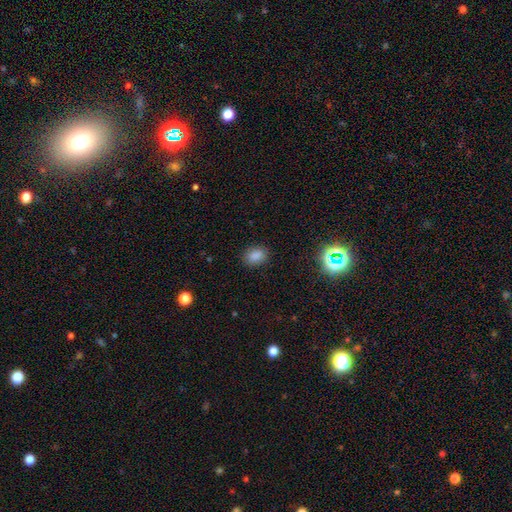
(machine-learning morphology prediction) Smooth or featured? smooth (84%)
How rounded? in between (67%)
Merging? none (87%)